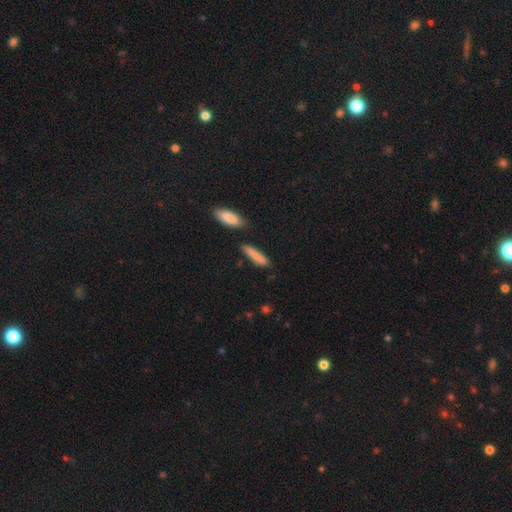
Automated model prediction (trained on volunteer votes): This appears to be a smooth galaxy with no disk features (83%) that is cigar-shaped (80%). Merging: none (77%).